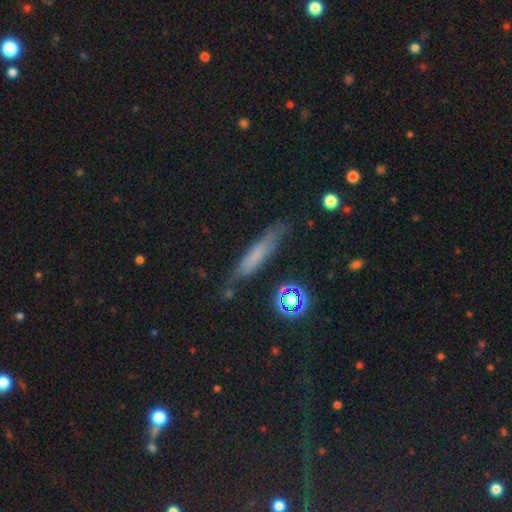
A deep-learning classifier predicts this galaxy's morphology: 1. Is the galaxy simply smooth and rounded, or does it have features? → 55% smooth, 30% featured or disk, 15% star or artifact.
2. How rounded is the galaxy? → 85% cigar-shaped, 12% in between, 4% round.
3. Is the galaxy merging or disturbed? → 69% none, 22% minor disturbance, 6% major disturbance, 3% merger.